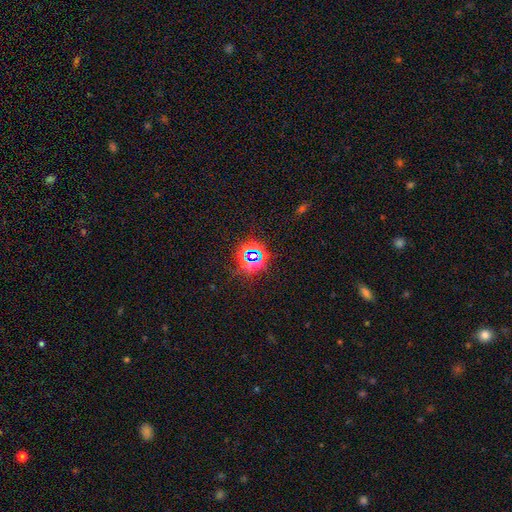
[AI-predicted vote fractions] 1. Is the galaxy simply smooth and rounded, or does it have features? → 76% star or artifact, 16% smooth, 8% featured or disk.